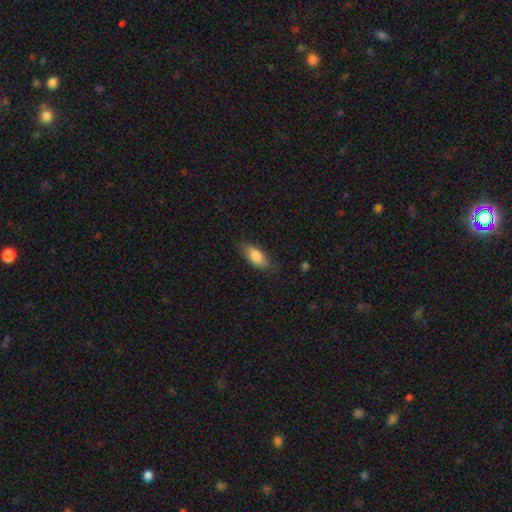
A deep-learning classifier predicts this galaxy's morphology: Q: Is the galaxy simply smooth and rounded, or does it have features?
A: smooth — 83%.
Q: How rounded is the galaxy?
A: in between — 84%.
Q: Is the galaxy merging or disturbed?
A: none — 77%.